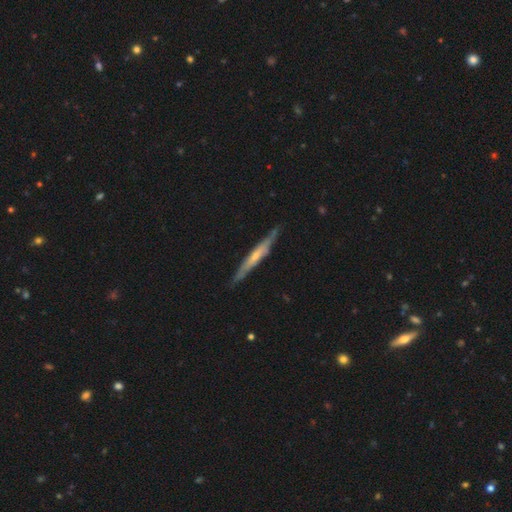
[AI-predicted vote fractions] Morphology: type=featured or disk (59%); edge-on=yes (92%); edge-on bulge=none (51%); merging=none (83%).